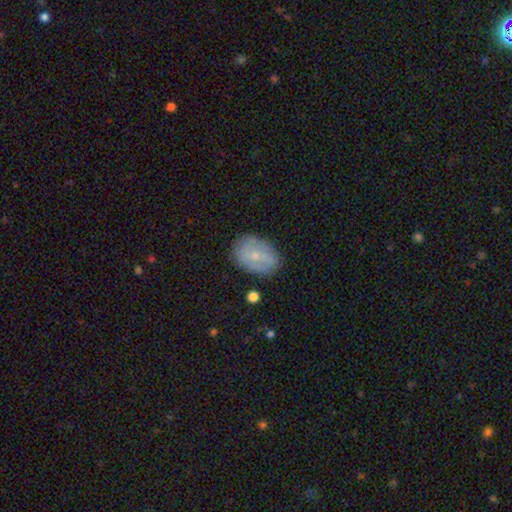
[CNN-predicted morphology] Smooth or featured?
  - smooth: 55% *
  - featured or disk: 37%
  - star or artifact: 8%
How rounded?
  - in between: 79% *
  - round: 20%
  - cigar-shaped: 1%
Merging?
  - none: 78% *
  - minor disturbance: 16%
  - major disturbance: 4%
  - merger: 2%